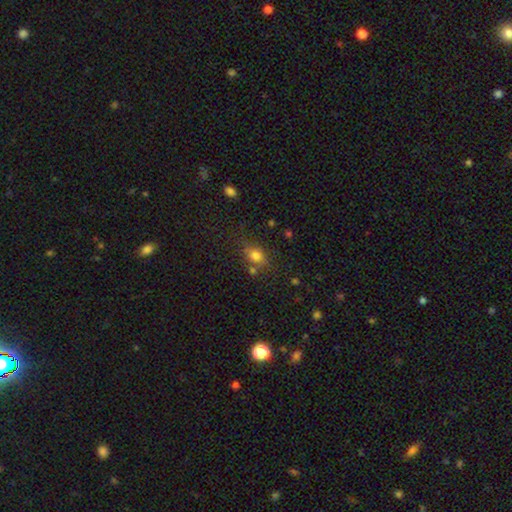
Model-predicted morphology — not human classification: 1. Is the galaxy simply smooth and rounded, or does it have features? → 76% smooth, 14% star or artifact, 10% featured or disk.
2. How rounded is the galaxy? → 54% in between, 43% round, 2% cigar-shaped.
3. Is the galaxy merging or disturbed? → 65% none, 18% minor disturbance, 11% merger, 6% major disturbance.